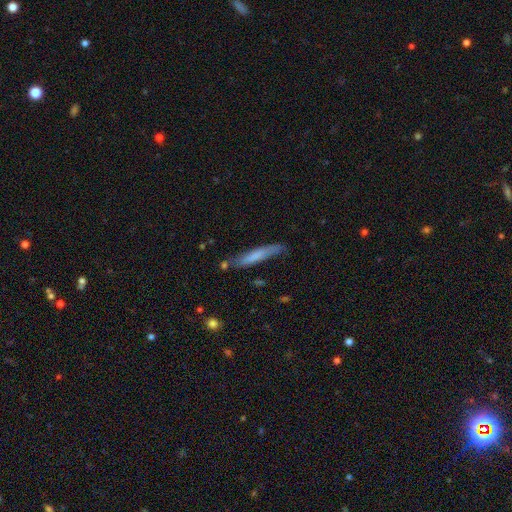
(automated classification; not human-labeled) Smooth or featured?
  - smooth: 68% *
  - featured or disk: 25%
  - star or artifact: 7%
How rounded?
  - cigar-shaped: 92% *
  - in between: 7%
  - round: 1%
Merging?
  - none: 72% *
  - minor disturbance: 19%
  - major disturbance: 4%
  - merger: 4%